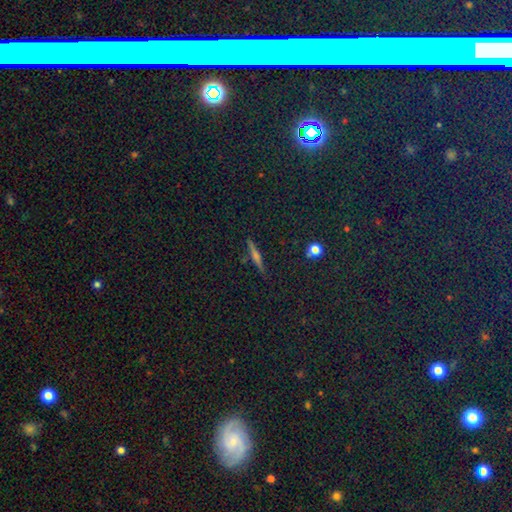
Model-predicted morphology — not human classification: A star or artifact, not a galaxy (48%).

Vote fractions:
- Smooth or featured? star or artifact: 48% / featured or disk: 27% / smooth: 25%